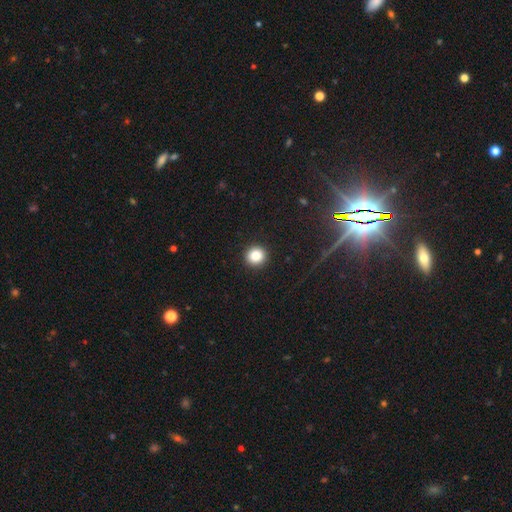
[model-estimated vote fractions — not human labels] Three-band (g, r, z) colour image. It shows a smooth galaxy with no disk features (86%) that is round (92%). Merging: none (92%).